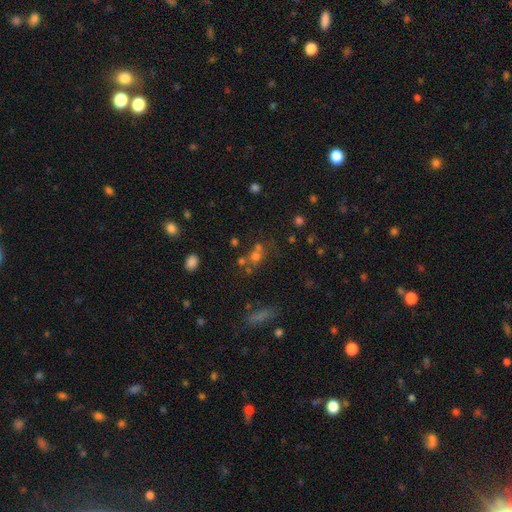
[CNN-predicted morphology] smooth-or-featured: smooth: 54% | star or artifact: 31% | featured or disk: 15%
  how-rounded: round: 74% | in between: 23% | cigar-shaped: 3%
  merging: none: 51% | merger: 32% | minor disturbance: 10% | major disturbance: 7%